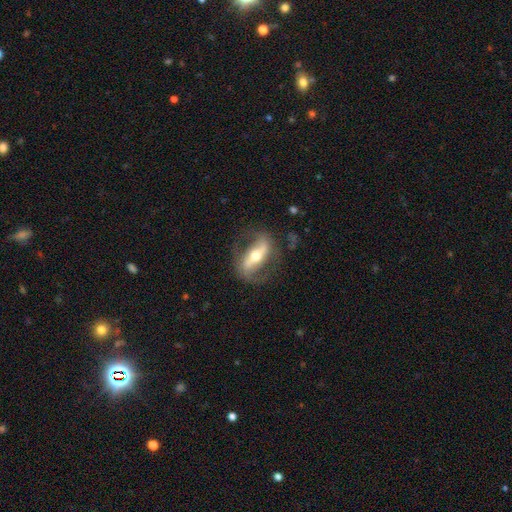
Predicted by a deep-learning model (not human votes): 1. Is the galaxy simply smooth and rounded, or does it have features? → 79% featured or disk, 16% smooth, 5% star or artifact.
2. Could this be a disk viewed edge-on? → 83% no, 17% yes.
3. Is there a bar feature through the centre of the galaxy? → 65% strong, 19% weak, 15% no.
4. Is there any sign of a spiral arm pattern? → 80% yes, 20% no.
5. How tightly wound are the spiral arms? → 42% loose, 40% medium, 18% tight.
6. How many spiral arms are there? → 87% 2, 6% can't tell, 4% 1, 1% 3, 1% 4, 1% more than 4.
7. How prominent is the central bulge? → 67% moderate, 23% small, 8% large, 1% dominant, 1% none.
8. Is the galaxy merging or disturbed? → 75% none, 14% minor disturbance, 10% major disturbance, 2% merger.